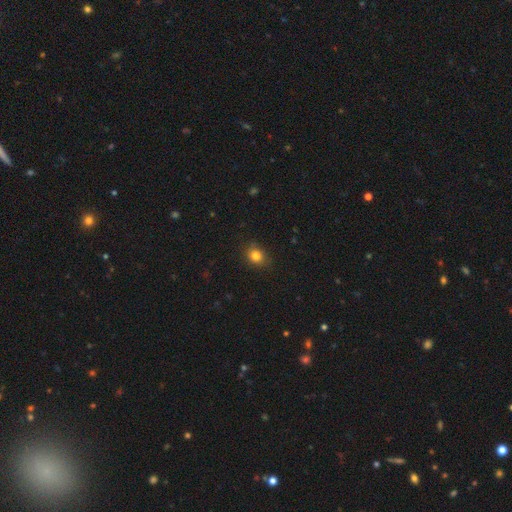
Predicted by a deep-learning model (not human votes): The model was most divided on "how rounded": round: 65%, in between: 34%, cigar-shaped: 1%. More confident: smooth or featured — smooth (82%); merging — none (81%).